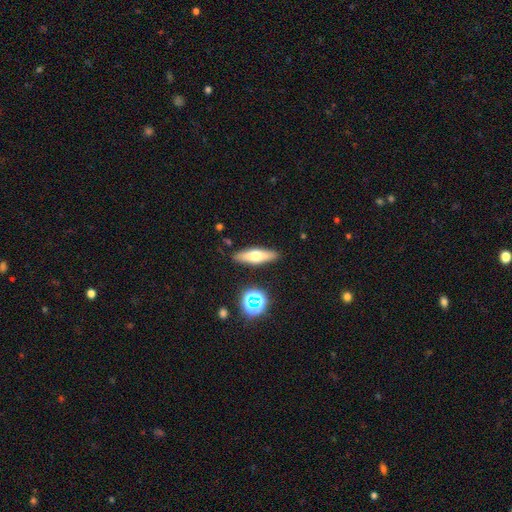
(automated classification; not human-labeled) A smooth galaxy with no disk features (53%) that is cigar-shaped (58%). Merging: none (88%).